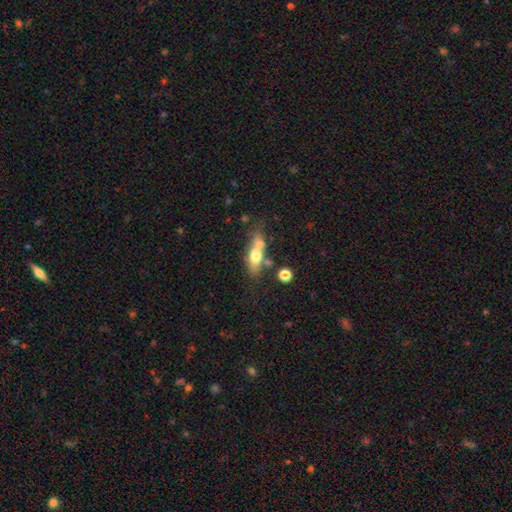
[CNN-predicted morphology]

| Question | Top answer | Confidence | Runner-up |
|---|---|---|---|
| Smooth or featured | smooth | 59% | featured or disk (32%) |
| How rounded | in between | 61% | cigar-shaped (28%) |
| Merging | none | 45% | merger (30%) |